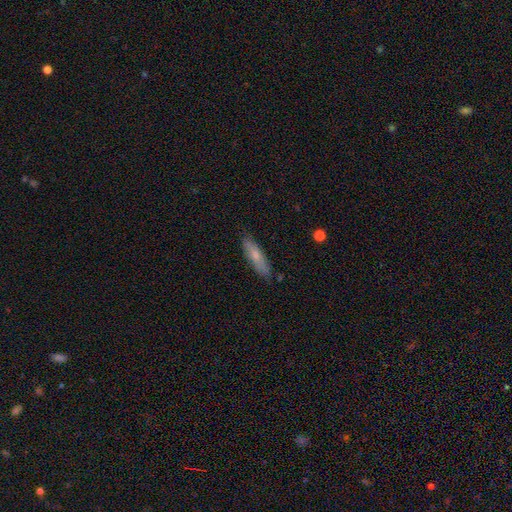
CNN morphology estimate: Smooth or featured? Predicted: smooth (p=0.67). How rounded? Predicted: cigar-shaped (p=0.70). Merging? Predicted: none (p=0.82).